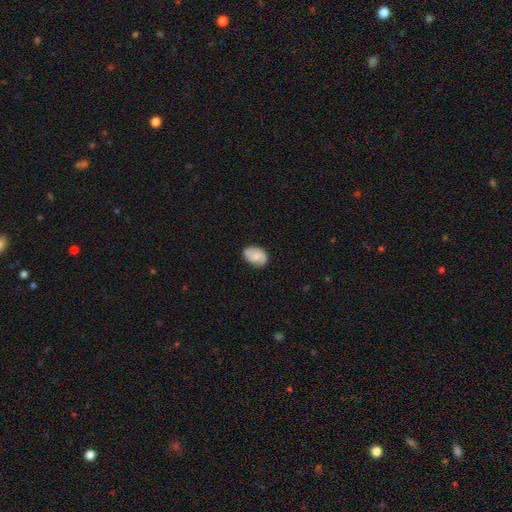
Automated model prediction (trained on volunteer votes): smooth-or-featured: smooth: 62% | featured or disk: 31% | star or artifact: 8%
  how-rounded: in between: 83% | round: 15% | cigar-shaped: 1%
  merging: none: 78% | minor disturbance: 18% | major disturbance: 4% | merger: 1%